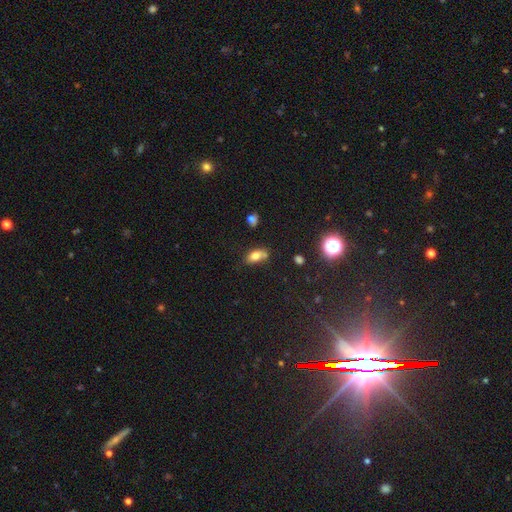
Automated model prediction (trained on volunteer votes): smooth-or-featured: smooth: 75% | featured or disk: 13% | star or artifact: 12%
  how-rounded: in between: 86% | round: 7% | cigar-shaped: 7%
  merging: none: 50% | minor disturbance: 27% | merger: 15% | major disturbance: 8%